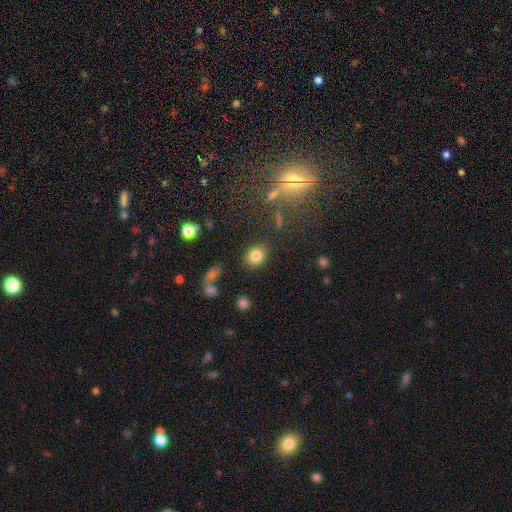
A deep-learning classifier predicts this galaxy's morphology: The model was most divided on "how rounded": round: 53%, in between: 46%, cigar-shaped: 1%. More confident: merging — none (85%); smooth or featured — smooth (81%).